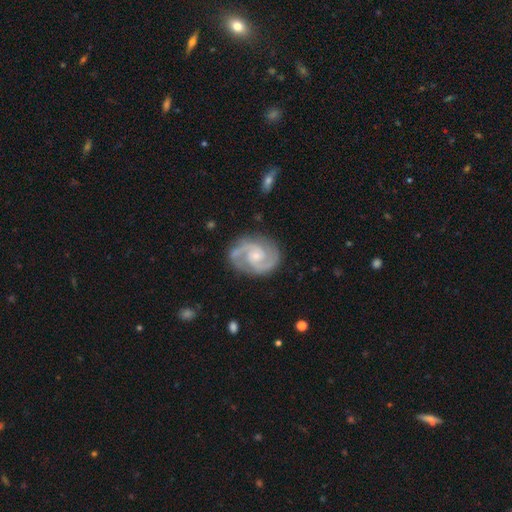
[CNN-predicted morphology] This appears to be a featured or disk galaxy (90%) with no bar (58%), 2 (90%) medium (56%) spiral arms (98%) and a small central bulge (65%). Merging: none (80%).